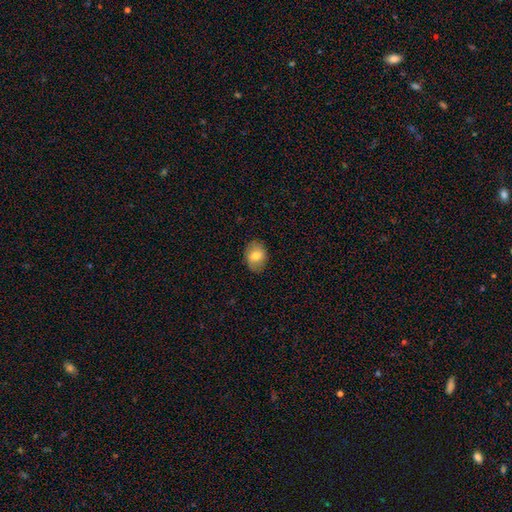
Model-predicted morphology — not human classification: Overall: smooth (74%). How rounded: in between (67%; round 32%). Merging: none (83%).